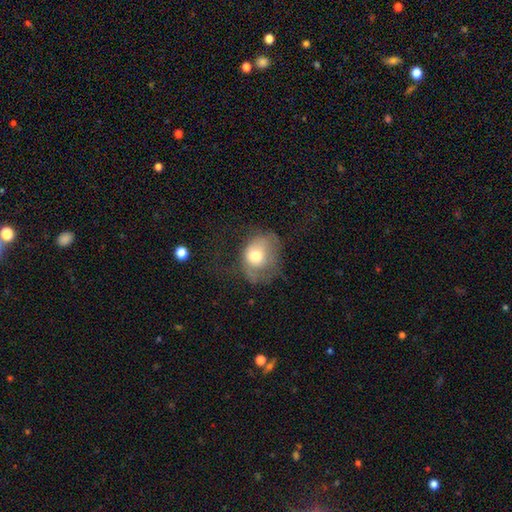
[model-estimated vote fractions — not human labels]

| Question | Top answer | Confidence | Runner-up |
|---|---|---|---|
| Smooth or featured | smooth | 63% | featured or disk (28%) |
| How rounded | in between | 51% | round (48%) |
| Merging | major disturbance | 45% | none (26%) |